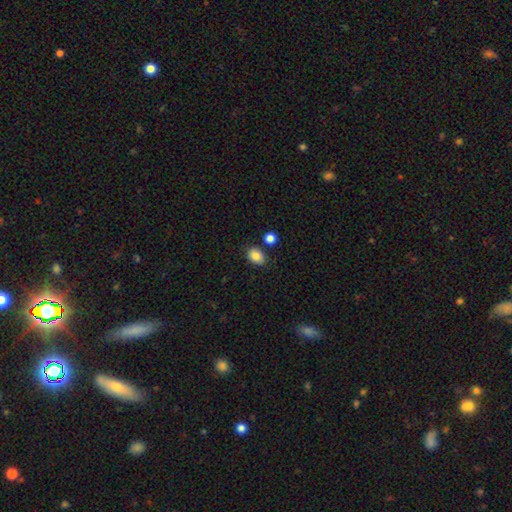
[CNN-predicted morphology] Overall: smooth (85%). How rounded: in between (72%). Merging: none (80%).